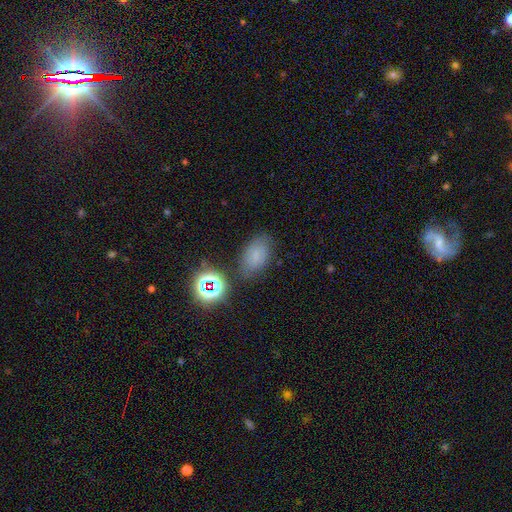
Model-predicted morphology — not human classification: Q: Smooth or featured?
A: smooth (61%); runner-up: star or artifact (22%)
Q: How rounded?
A: in between (85%); runner-up: round (13%)
Q: Merging?
A: none (74%); runner-up: minor disturbance (16%)